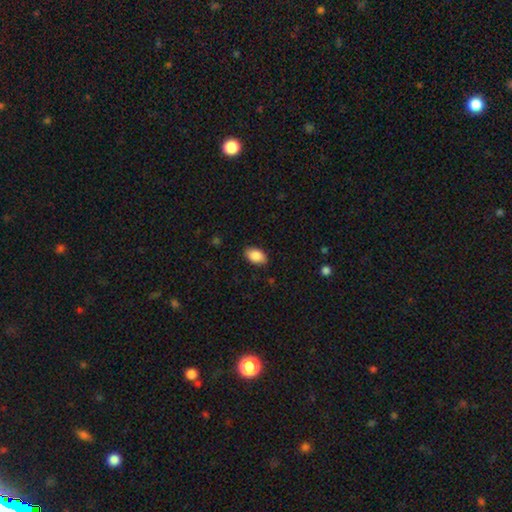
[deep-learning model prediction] The model was most divided on "merging": none: 87%, minor disturbance: 10%, major disturbance: 2%, merger: 1%. More confident: how rounded — in between (92%); smooth or featured — smooth (89%).